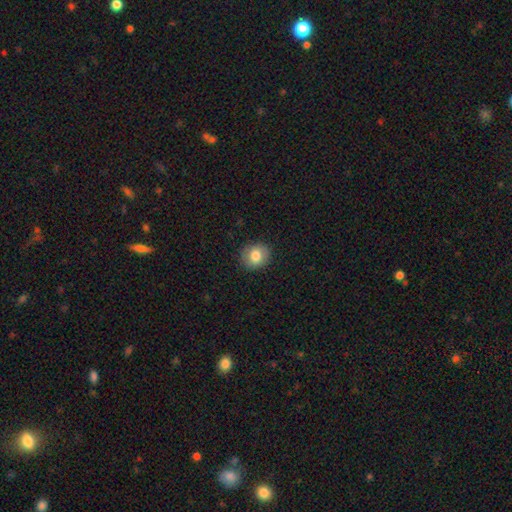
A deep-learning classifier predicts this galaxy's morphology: A smooth galaxy with no disk features (80%) that is round (71%). Merging: none (88%).